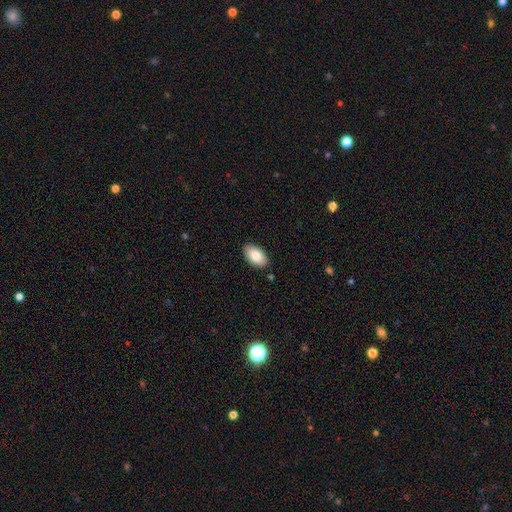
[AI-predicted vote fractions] smooth_or_featured: smooth (p=0.84) [alt: featured or disk p=0.09]
how_rounded: in between (p=0.95) [alt: round p=0.04]
merging: none (p=0.87) [alt: minor disturbance p=0.10]